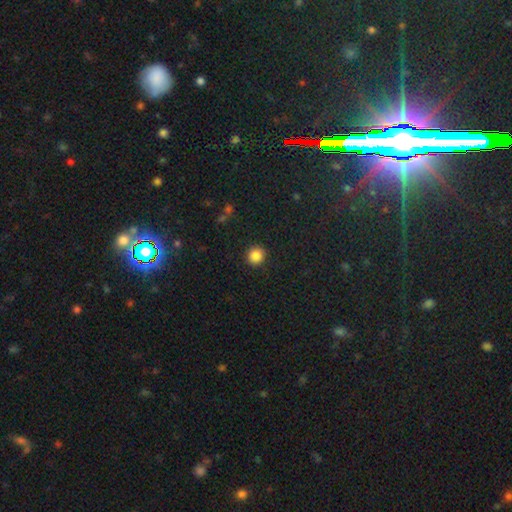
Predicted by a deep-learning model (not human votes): A smooth galaxy with no disk features (86%) that is round (90%). Merging: none (91%).